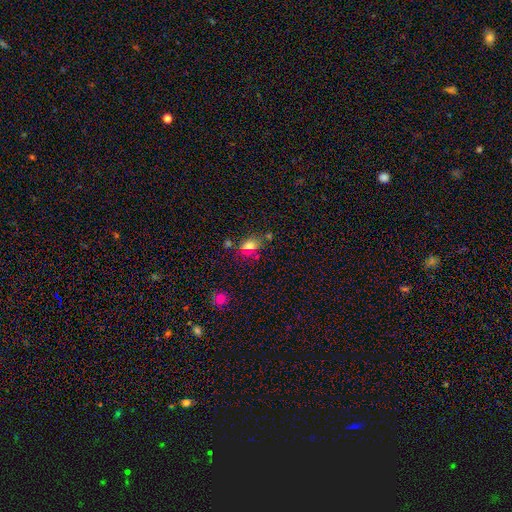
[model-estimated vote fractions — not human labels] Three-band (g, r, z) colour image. It shows a smooth galaxy with no disk features (71%) that is in between round and cigar-shaped (63%). Merging: none (69%).